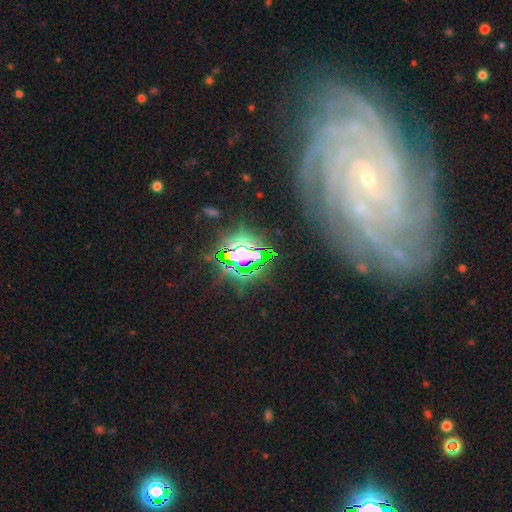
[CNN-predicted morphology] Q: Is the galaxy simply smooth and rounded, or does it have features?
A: featured or disk — 62%.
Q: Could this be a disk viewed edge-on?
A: no — 93%.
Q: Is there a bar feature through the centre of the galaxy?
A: no — 51%.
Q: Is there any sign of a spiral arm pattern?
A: yes — 93%.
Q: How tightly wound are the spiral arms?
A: tight — 78%.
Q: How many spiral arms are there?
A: can't tell — 26%.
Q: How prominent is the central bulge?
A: small — 79%.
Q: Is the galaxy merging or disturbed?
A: none — 79%.